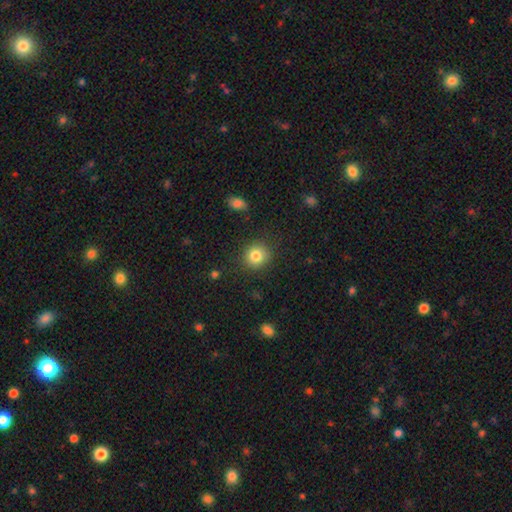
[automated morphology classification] Smooth or featured? smooth (83%)
How rounded? round (88%)
Merging? none (88%)